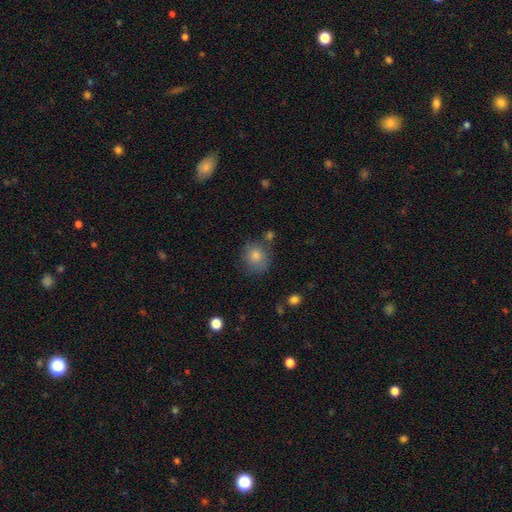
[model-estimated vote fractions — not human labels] Morphology: type=smooth (76%); roundness=round (85%); merging=none (78%).